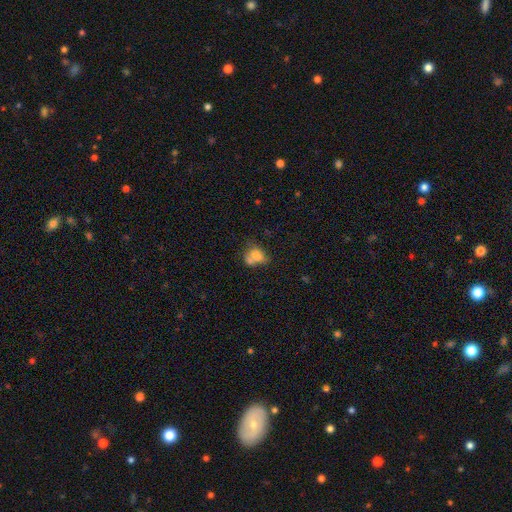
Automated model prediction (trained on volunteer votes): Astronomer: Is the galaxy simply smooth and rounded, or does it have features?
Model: smooth — 72%.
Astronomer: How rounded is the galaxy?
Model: in between — 67%.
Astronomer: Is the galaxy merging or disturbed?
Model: merger — 51% (runner-up: none, 26%).